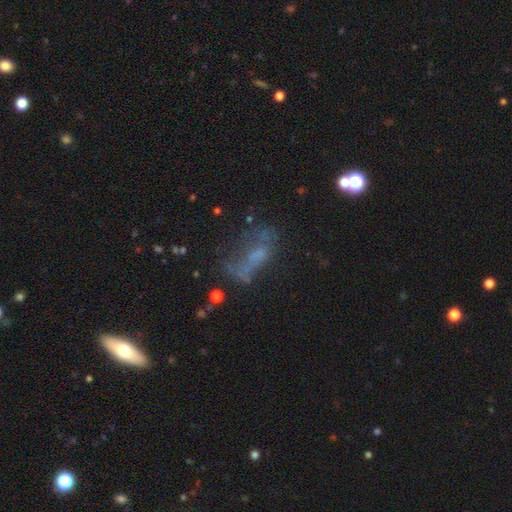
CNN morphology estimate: smooth-or-featured: featured or disk: 42% | smooth: 36% | star or artifact: 23%
  merging: none: 37% | major disturbance: 32% | minor disturbance: 20% | merger: 11%